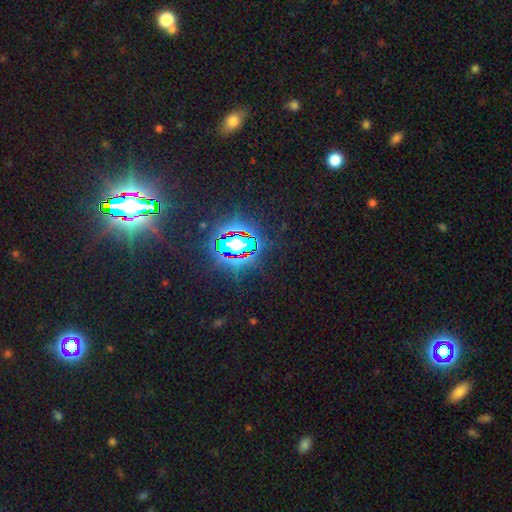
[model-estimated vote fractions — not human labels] Smooth or featured? star or artifact (81%)